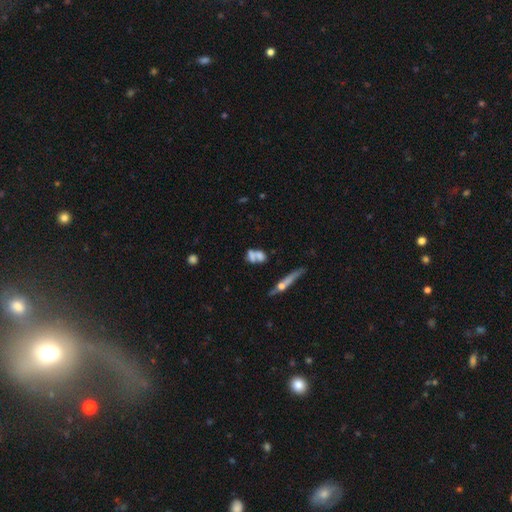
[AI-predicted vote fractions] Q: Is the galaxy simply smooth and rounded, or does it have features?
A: smooth — 53%.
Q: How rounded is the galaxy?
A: in between — 62%.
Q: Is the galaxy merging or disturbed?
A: merger — 43%.